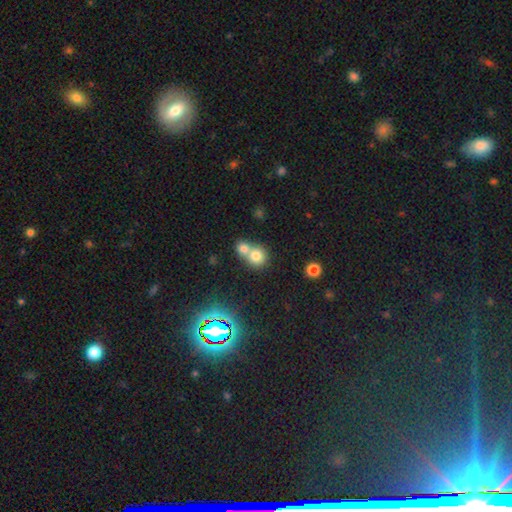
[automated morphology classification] type=smooth (75%); roundness=round (84%); merging=merger (57%).